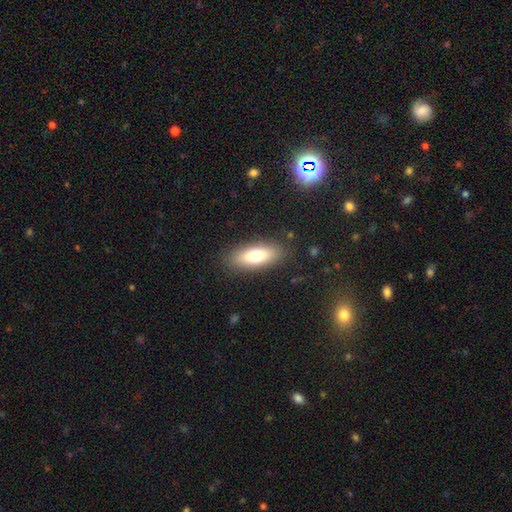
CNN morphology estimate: A smooth galaxy with no disk features (75%) that is in between round and cigar-shaped (74%). Merging: none (86%).